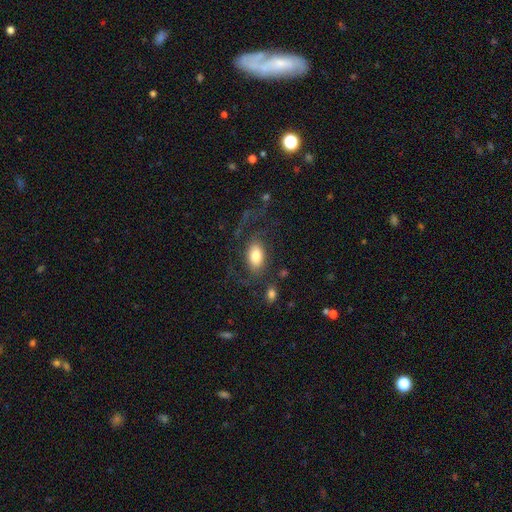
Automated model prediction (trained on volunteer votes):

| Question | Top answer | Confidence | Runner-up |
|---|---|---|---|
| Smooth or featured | smooth | 53% | featured or disk (39%) |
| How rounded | in between | 90% | round (7%) |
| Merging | none | 50% | major disturbance (30%) |